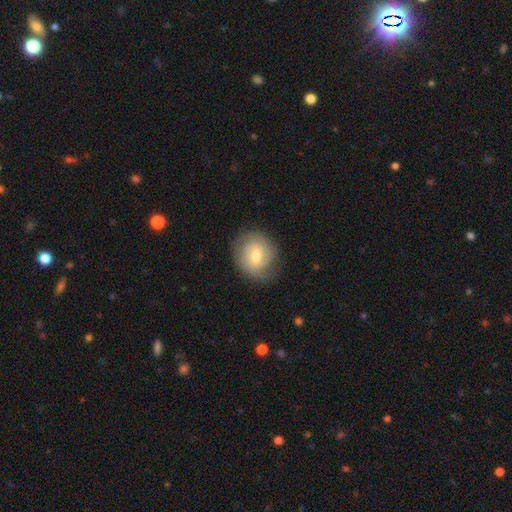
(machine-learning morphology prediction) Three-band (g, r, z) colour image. It shows a smooth galaxy with no disk features (54%) that is round (77%). Merging: none (72%).